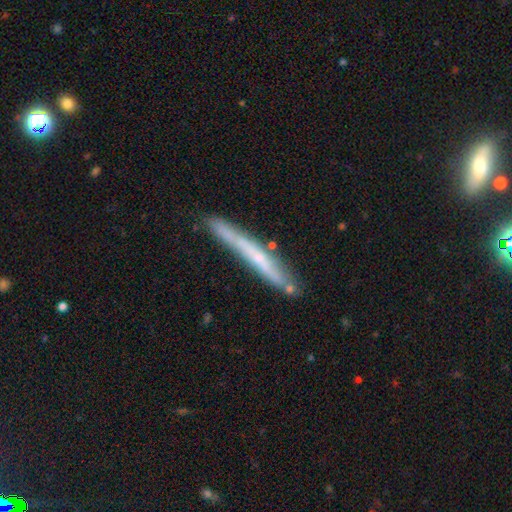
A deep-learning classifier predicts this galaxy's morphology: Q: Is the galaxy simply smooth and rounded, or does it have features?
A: featured or disk — 55%.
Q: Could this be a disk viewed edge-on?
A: yes — 90%.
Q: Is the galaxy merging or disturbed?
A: none — 76%.